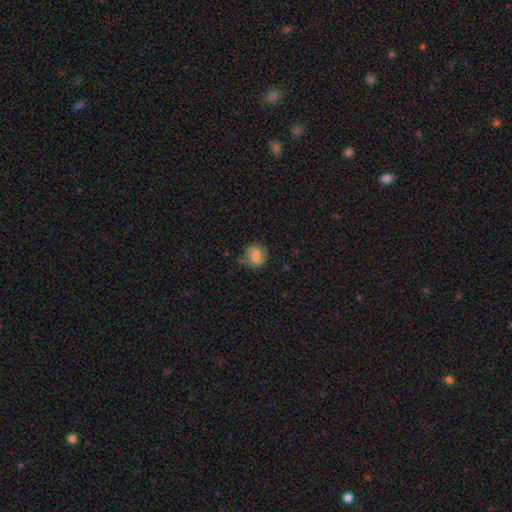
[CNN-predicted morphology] type=featured or disk (58%); edge-on=no (98%); bar=weak (50%); spiral arms=yes (89%); winding=medium (46%); arm count=2 (82%); bulge=moderate (36%); merging=none (68%).